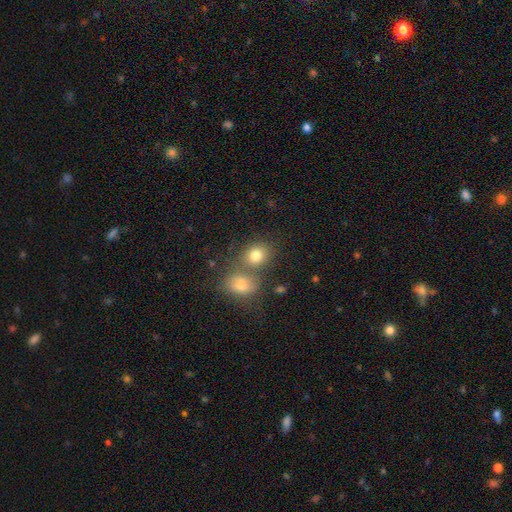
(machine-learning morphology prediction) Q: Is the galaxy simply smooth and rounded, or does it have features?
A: smooth — 79%.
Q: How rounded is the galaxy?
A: round — 55%.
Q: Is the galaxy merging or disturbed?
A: none — 51%.